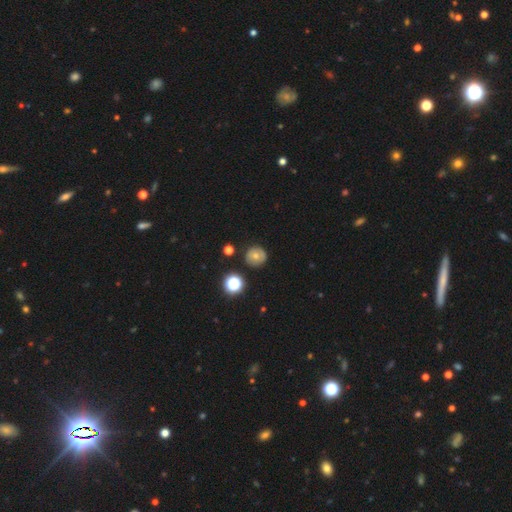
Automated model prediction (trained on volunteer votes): Morphology: type=smooth (62%); roundness=round (92%); merging=none (84%).